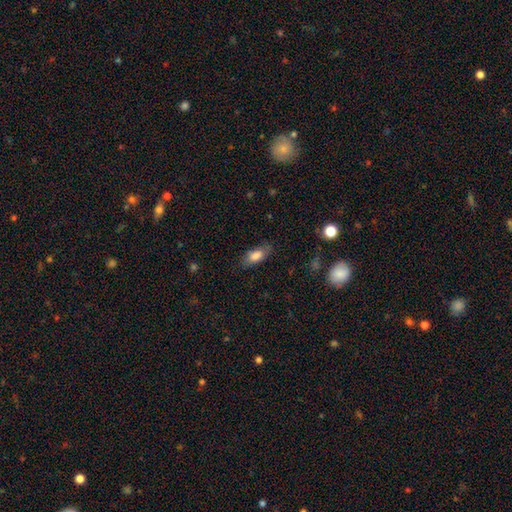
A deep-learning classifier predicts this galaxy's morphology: Smooth or featured?
  - smooth: 79% *
  - featured or disk: 13%
  - star or artifact: 8%
How rounded?
  - in between: 81% *
  - cigar-shaped: 15%
  - round: 3%
Merging?
  - none: 76% *
  - minor disturbance: 18%
  - major disturbance: 5%
  - merger: 2%